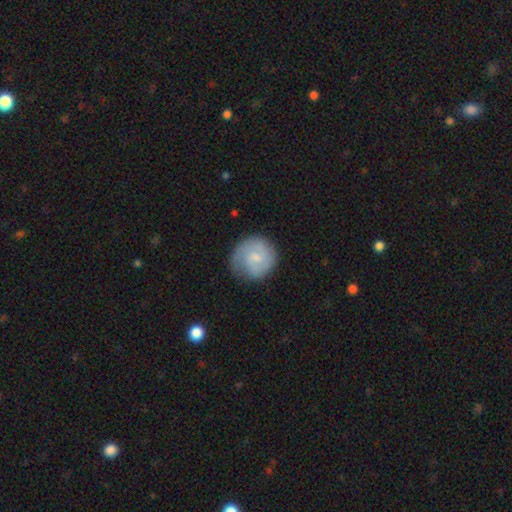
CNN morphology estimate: Smooth or featured?
  - smooth: 54% *
  - featured or disk: 40%
  - star or artifact: 6%
How rounded?
  - round: 90% *
  - in between: 9%
  - cigar-shaped: 1%
Merging?
  - none: 69% *
  - minor disturbance: 22%
  - major disturbance: 7%
  - merger: 2%